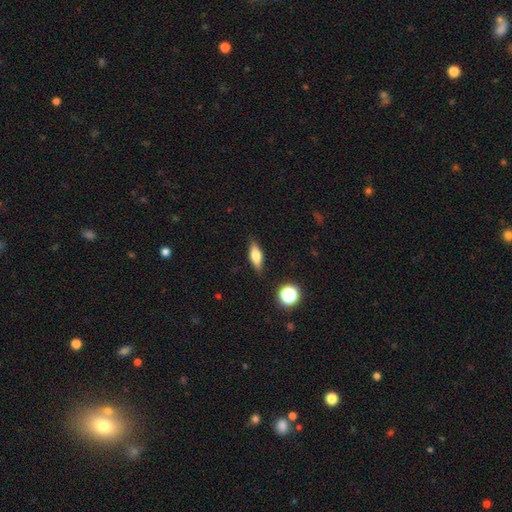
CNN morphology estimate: Overall: smooth (61%; featured or disk 30%). How rounded: in between (61%; cigar-shaped 34%). Merging: none (85%).